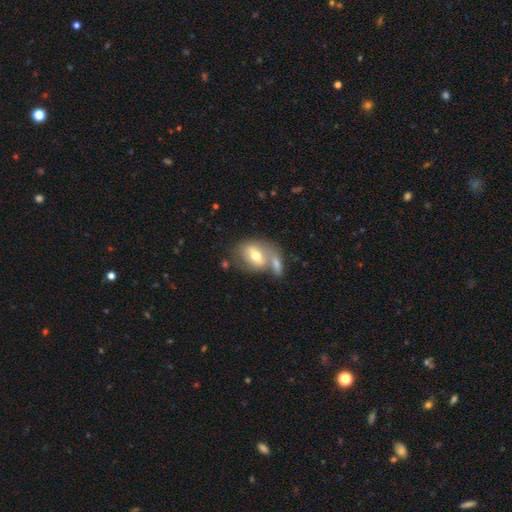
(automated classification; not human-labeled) Smooth or featured: smooth — 58% (featured or disk — 35%)
How rounded: in between — 68% (round — 30%)
Merging: merger — 45% (none — 35%)